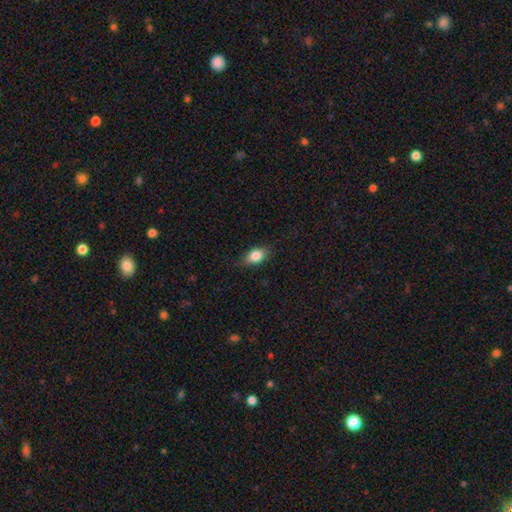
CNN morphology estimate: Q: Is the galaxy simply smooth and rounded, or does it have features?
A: smooth — 82%.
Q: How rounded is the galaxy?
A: in between — 82%.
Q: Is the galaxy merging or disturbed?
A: none — 80%.